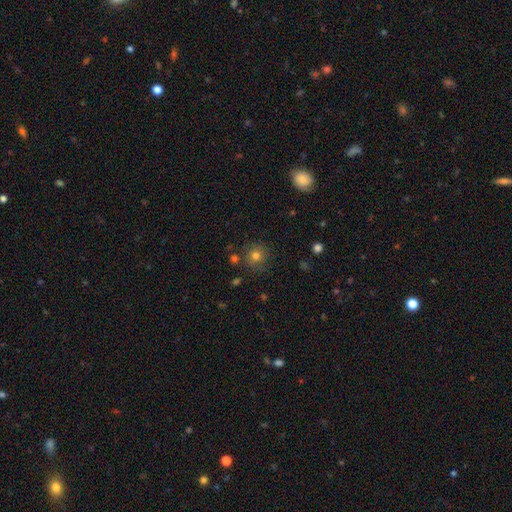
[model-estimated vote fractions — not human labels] This is likely a smooth galaxy (75%). How rounded: clearly round (90%). Merging: clearly none (81%).